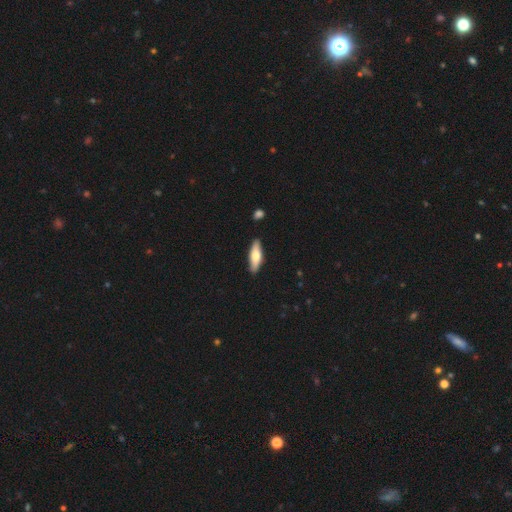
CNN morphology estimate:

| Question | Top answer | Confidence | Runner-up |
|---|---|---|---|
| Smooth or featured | smooth | 63% | featured or disk (32%) |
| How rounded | cigar-shaped | 53% | in between (45%) |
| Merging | none | 87% | minor disturbance (10%) |